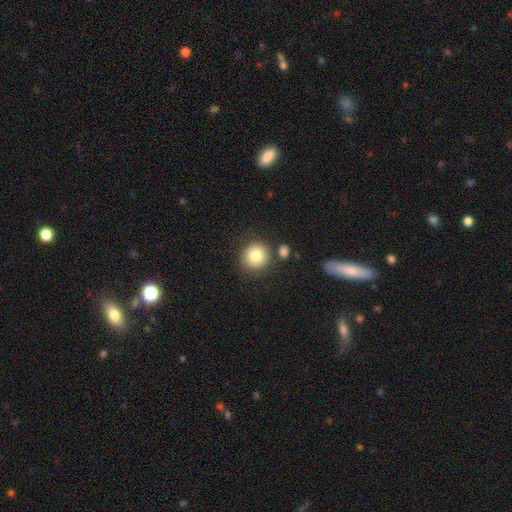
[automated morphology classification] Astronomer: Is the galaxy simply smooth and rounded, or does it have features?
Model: smooth — 81%.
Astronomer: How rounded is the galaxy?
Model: round — 92%.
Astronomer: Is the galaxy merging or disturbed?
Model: none — 79%.